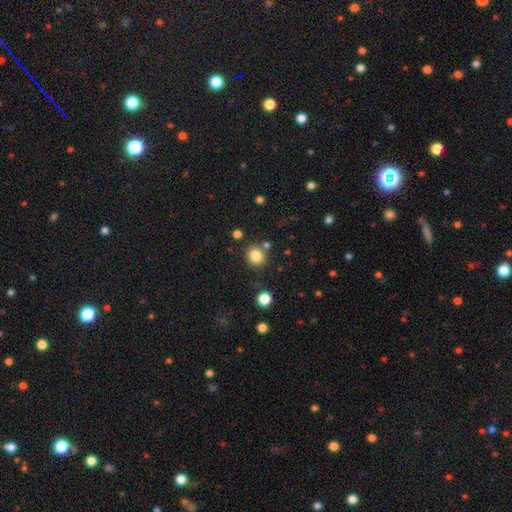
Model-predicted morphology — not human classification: Smooth or featured: smooth — 82% (star or artifact — 12%)
How rounded: round — 83% (in between — 16%)
Merging: none — 81% (minor disturbance — 9%)